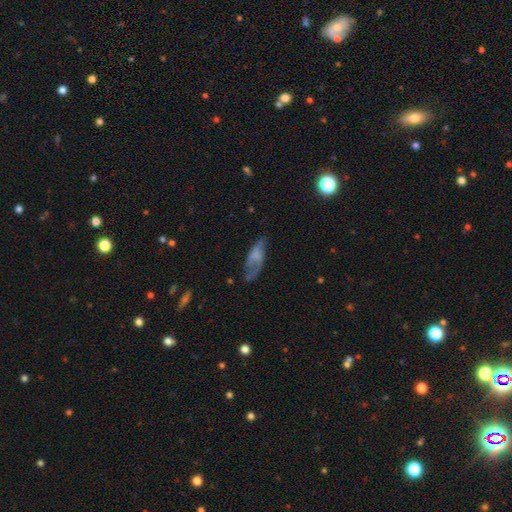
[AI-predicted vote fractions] smooth_or_featured: smooth (p=0.45) [tied with: featured or disk p=0.45]
merging: none (p=0.41) [alt: minor disturbance p=0.28]